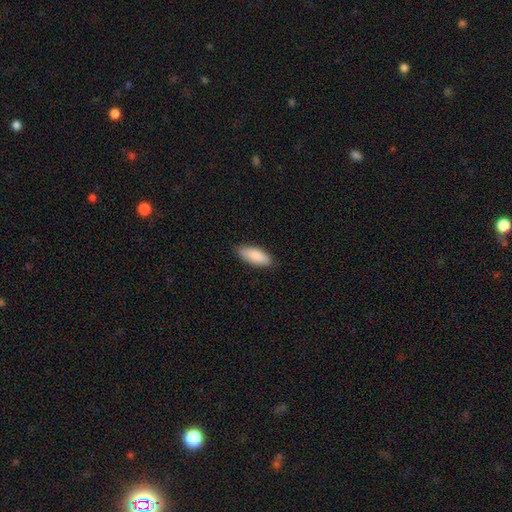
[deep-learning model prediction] The model was most divided on "how rounded": in between: 76%, cigar-shaped: 23%, round: 2%. More confident: smooth or featured — smooth (88%); merging — none (85%).